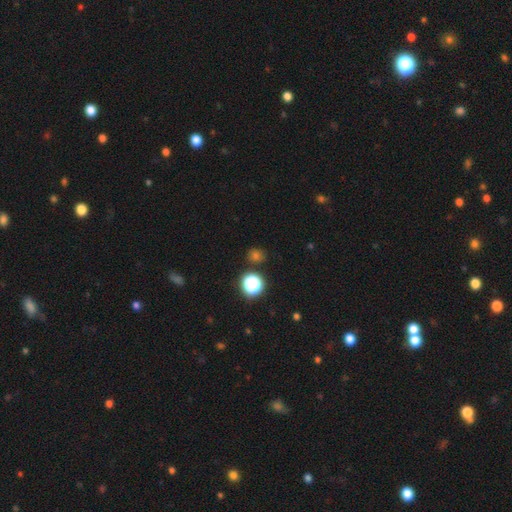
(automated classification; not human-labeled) Smooth or featured? smooth (59%)
How rounded? round (82%)
Merging? none (84%)